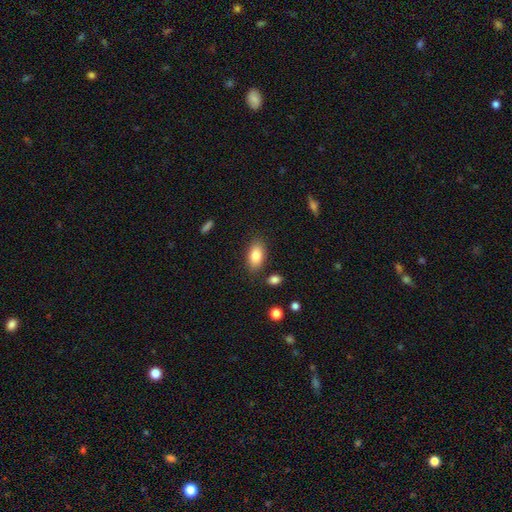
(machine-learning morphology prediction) A smooth galaxy with no disk features (84%) that is in between round and cigar-shaped (91%).

Vote fractions:
- Smooth or featured? smooth: 84% / featured or disk: 9% / star or artifact: 7%
- How rounded? in between: 91% / round: 5% / cigar-shaped: 5%
- Merging? none: 83% / minor disturbance: 11% / merger: 3% / major disturbance: 3%